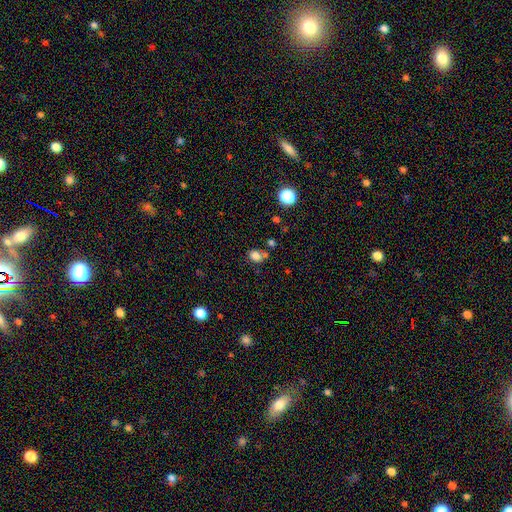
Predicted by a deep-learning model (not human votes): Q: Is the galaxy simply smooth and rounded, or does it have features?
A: smooth — 79%.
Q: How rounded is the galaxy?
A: in between — 53%.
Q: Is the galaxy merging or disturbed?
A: none — 56%.